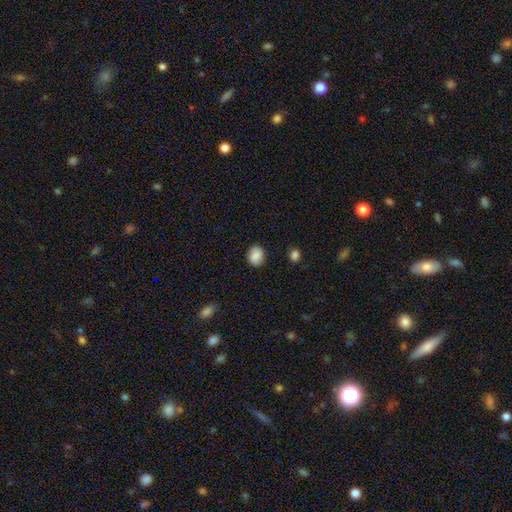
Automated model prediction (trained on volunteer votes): This is clearly a smooth galaxy (88%). How rounded: possibly round (51%). Merging: clearly none (84%).